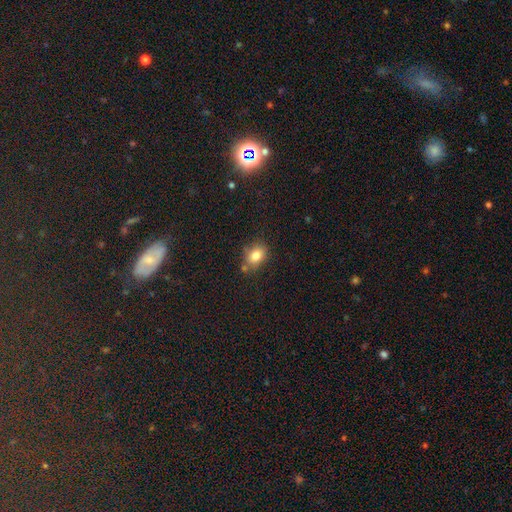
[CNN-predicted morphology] smooth_or_featured: smooth (p=0.81) [alt: star or artifact p=0.10]
how_rounded: in between (p=0.67) [alt: round p=0.32]
merging: none (p=0.68) [alt: minor disturbance p=0.17]